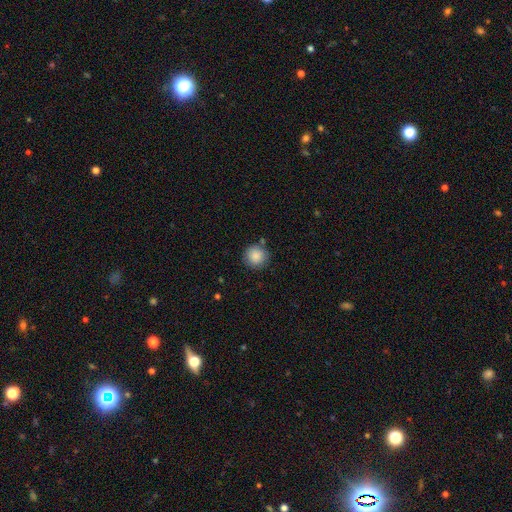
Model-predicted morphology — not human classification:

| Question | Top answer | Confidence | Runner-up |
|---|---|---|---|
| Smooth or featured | smooth | 88% | star or artifact (8%) |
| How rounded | round | 94% | in between (5%) |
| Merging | none | 84% | minor disturbance (10%) |